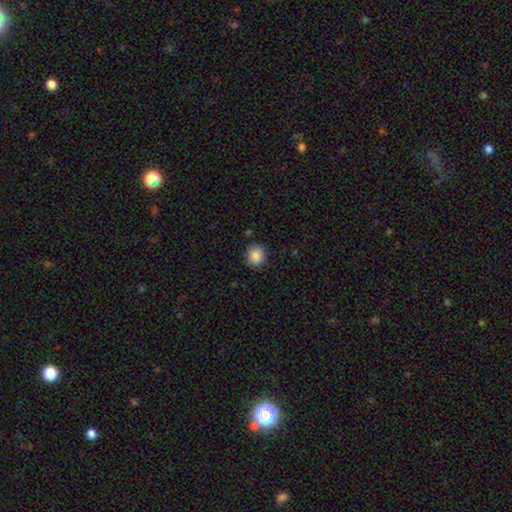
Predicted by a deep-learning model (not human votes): smooth 87%, star or artifact 9%, featured or disk 4%. Down the decision tree: how rounded — round (81%); merging — none (88%).